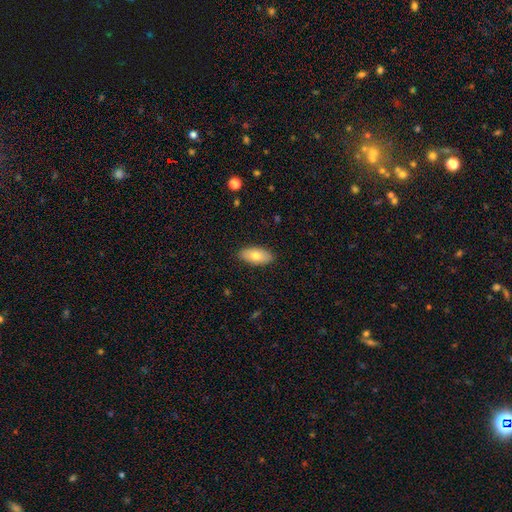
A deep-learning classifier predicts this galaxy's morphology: A smooth galaxy with no disk features (75%) that is in between round and cigar-shaped (91%).

Vote fractions:
- Smooth or featured? smooth: 75% / featured or disk: 19% / star or artifact: 6%
- How rounded? in between: 91% / cigar-shaped: 7% / round: 3%
- Merging? none: 88% / minor disturbance: 9% / major disturbance: 2% / merger: 1%